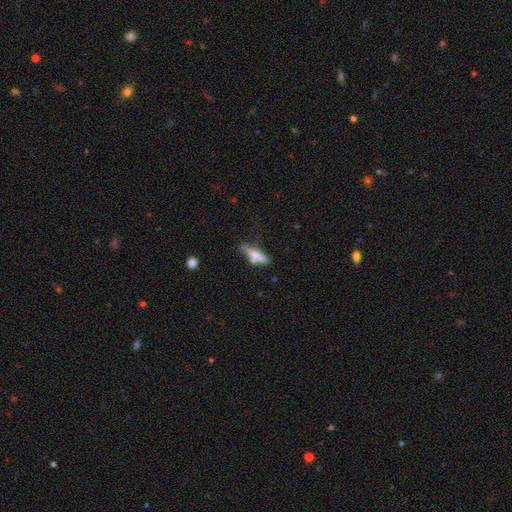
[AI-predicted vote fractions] smooth_or_featured: smooth (p=0.61) [alt: featured or disk p=0.31]
how_rounded: cigar-shaped (p=0.63) [alt: in between p=0.34]
merging: none (p=0.45) [alt: minor disturbance p=0.27]